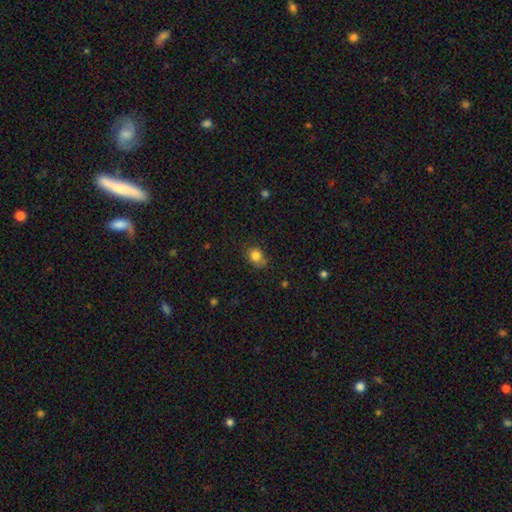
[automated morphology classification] A smooth galaxy with no disk features (82%) that is round (56%).

Vote fractions:
- Smooth or featured? smooth: 82% / star or artifact: 11% / featured or disk: 7%
- How rounded? round: 56% / in between: 43% / cigar-shaped: 1%
- Merging? none: 68% / minor disturbance: 24% / major disturbance: 6% / merger: 3%